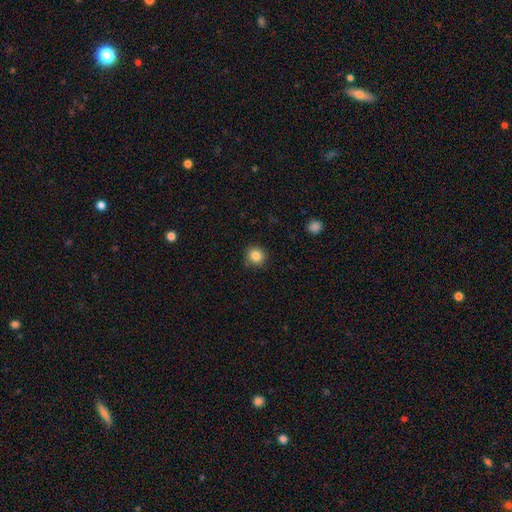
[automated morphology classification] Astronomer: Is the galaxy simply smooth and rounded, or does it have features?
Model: smooth — 84%.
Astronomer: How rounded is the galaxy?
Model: round — 92%.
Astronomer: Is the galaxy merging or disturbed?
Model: none — 90%.